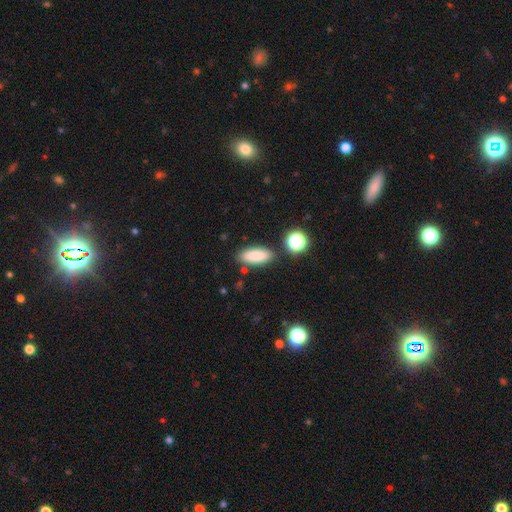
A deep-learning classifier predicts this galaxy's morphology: Smooth or featured? smooth (85%)
How rounded? in between (74%)
Merging? none (83%)